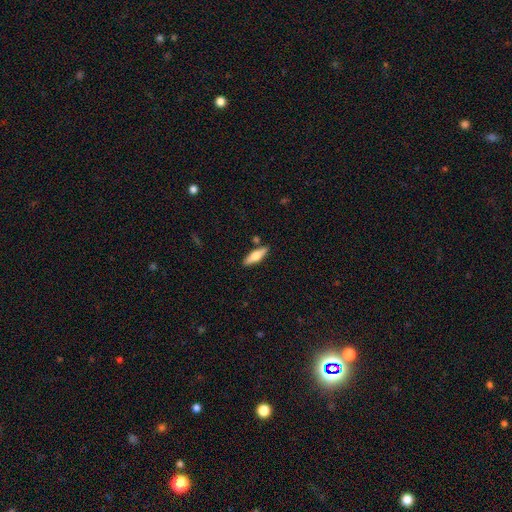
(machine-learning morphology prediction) Q: Smooth or featured?
A: smooth (51%); runner-up: featured or disk (44%)
Q: How rounded?
A: cigar-shaped (55%); runner-up: in between (43%)
Q: Merging?
A: none (84%); runner-up: minor disturbance (9%)